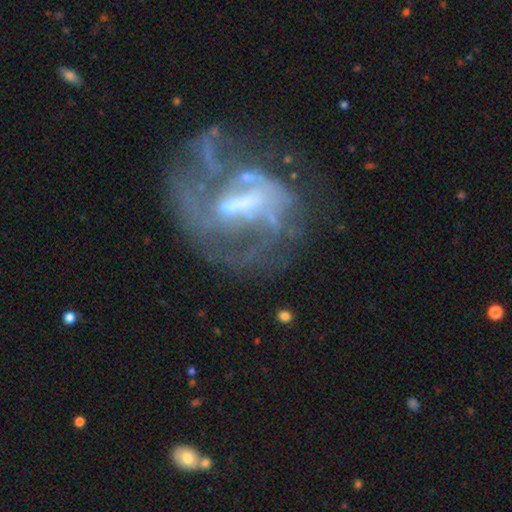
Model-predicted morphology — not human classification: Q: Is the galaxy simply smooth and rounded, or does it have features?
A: featured or disk — 79%.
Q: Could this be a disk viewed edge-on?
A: no — 97%.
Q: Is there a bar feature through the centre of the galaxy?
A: weak — 42%.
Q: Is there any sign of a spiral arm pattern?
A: yes — 70%.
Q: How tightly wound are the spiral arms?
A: medium — 41%.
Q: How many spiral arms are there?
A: can't tell — 39%.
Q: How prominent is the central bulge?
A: moderate — 36%.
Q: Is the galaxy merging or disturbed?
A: major disturbance — 38%.